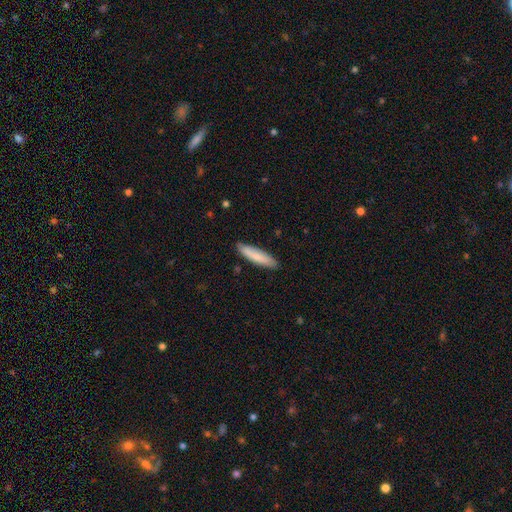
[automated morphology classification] Smooth or featured: smooth — 80% (featured or disk — 15%)
How rounded: cigar-shaped — 78% (in between — 20%)
Merging: none — 85% (minor disturbance — 12%)